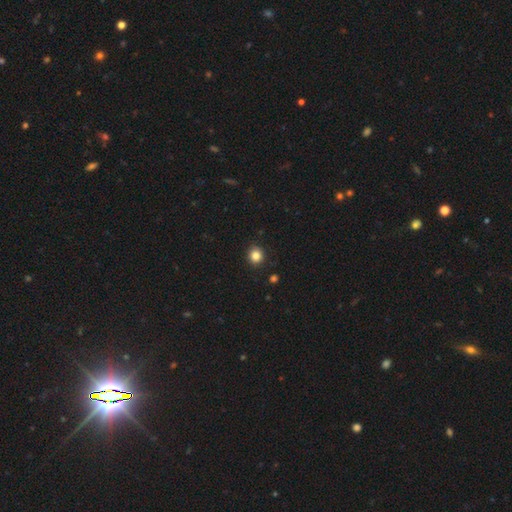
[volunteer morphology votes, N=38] A smooth galaxy with no disk features (84%) that is round (78%). Merging: none (94%).